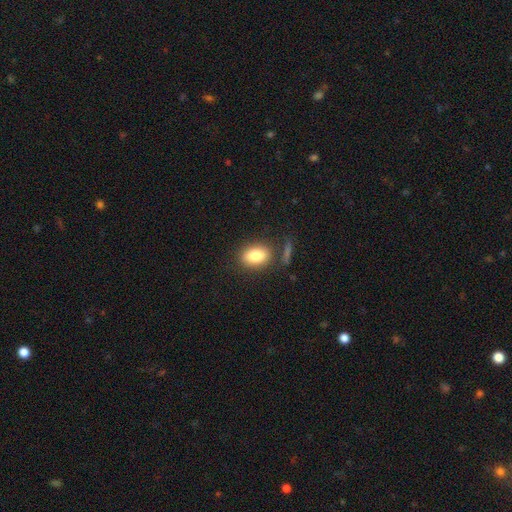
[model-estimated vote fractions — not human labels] Smooth or featured?
  - smooth: 82% *
  - featured or disk: 9%
  - star or artifact: 8%
How rounded?
  - in between: 77% *
  - round: 21%
  - cigar-shaped: 2%
Merging?
  - none: 79% *
  - minor disturbance: 12%
  - merger: 5%
  - major disturbance: 4%